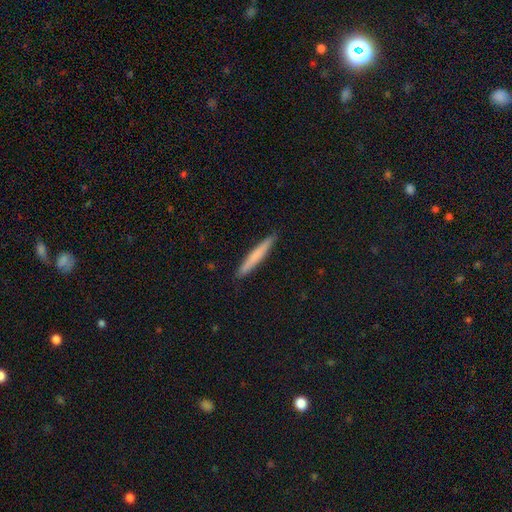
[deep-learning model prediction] Smooth or featured? Predicted: smooth (p=0.69). How rounded? Predicted: cigar-shaped (p=0.96). Merging? Predicted: none (p=0.91).